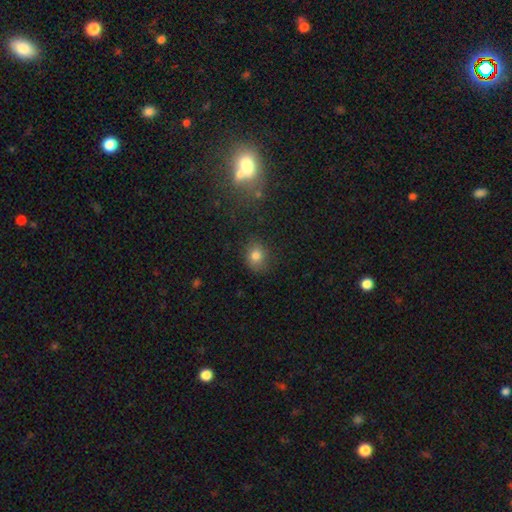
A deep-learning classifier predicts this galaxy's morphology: Smooth or featured? smooth (80%)
How rounded? round (63%)
Merging? none (81%)